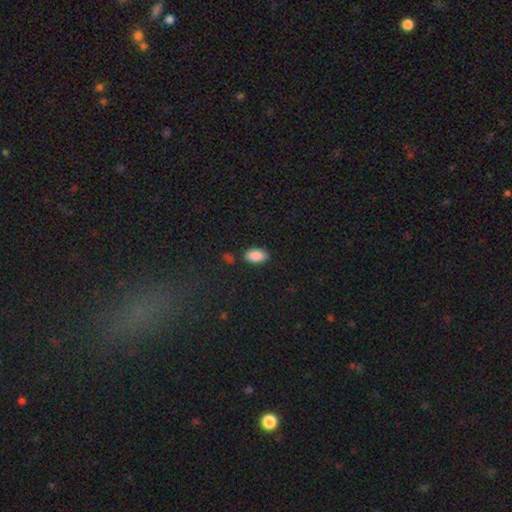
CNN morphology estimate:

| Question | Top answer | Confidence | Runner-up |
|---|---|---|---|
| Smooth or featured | smooth | 89% | star or artifact (7%) |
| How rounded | in between | 94% | round (3%) |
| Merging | none | 83% | minor disturbance (11%) |